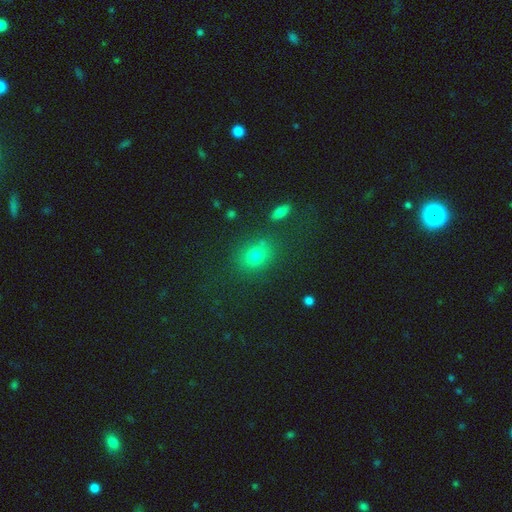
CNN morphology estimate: smooth-or-featured: smooth: 74% | star or artifact: 16% | featured or disk: 9%
  how-rounded: round: 55% | in between: 43% | cigar-shaped: 2%
  merging: none: 74% | minor disturbance: 13% | merger: 7% | major disturbance: 5%